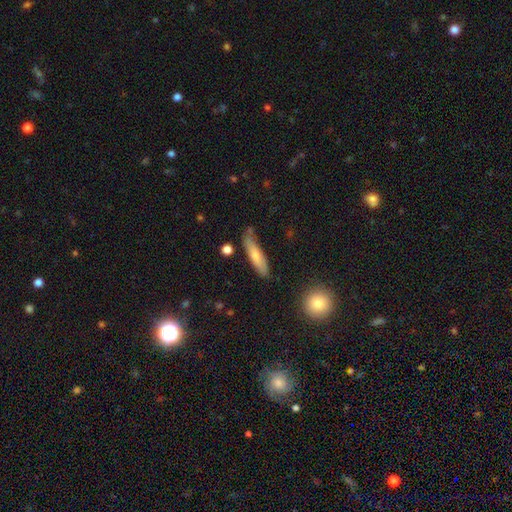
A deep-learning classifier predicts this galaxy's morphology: Smooth or featured? smooth (70%)
How rounded? cigar-shaped (76%)
Merging? none (66%)